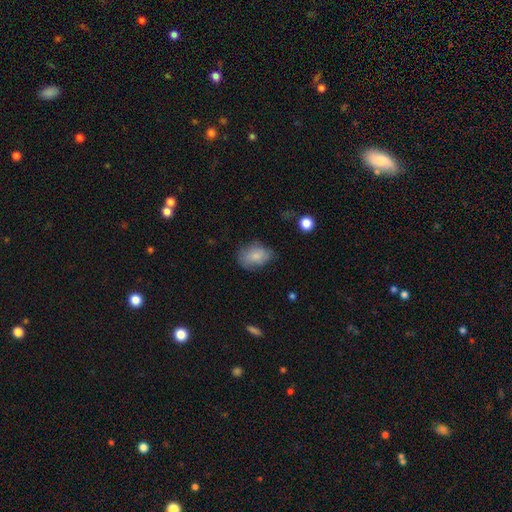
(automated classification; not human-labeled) smooth 80%, featured or disk 12%, star or artifact 8%. Down the decision tree: how rounded — in between (78%); merging — none (63%).